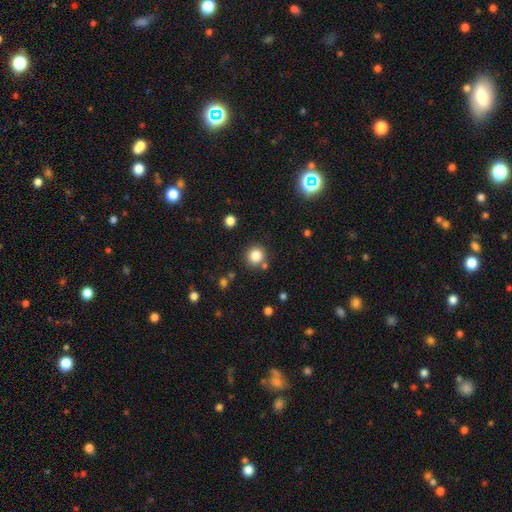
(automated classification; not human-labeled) The model was most divided on "smooth or featured": smooth: 82%, star or artifact: 12%, featured or disk: 6%. More confident: how rounded — round (92%); merging — none (81%).